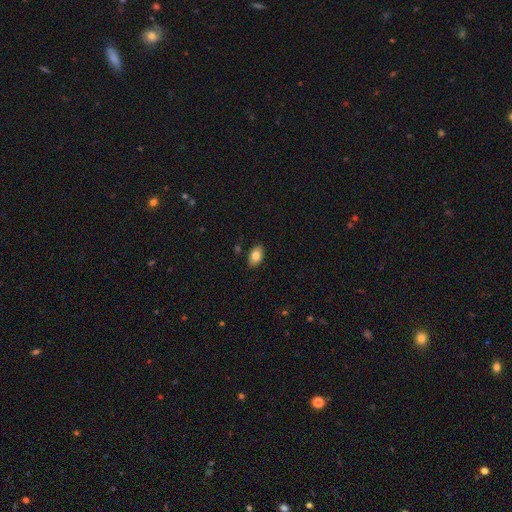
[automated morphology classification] The model was most divided on "smooth or featured": smooth: 83%, featured or disk: 10%, star or artifact: 8%. More confident: how rounded — in between (90%); merging — none (86%).